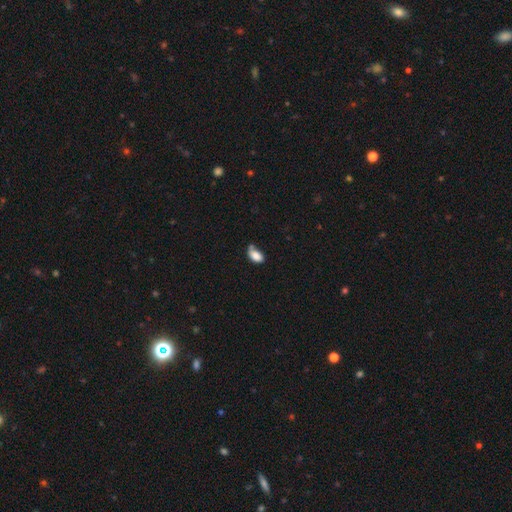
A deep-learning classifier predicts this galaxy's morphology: Smooth or featured: smooth — 85% (star or artifact — 8%)
How rounded: in between — 91% (round — 7%)
Merging: none — 47% (minor disturbance — 28%)